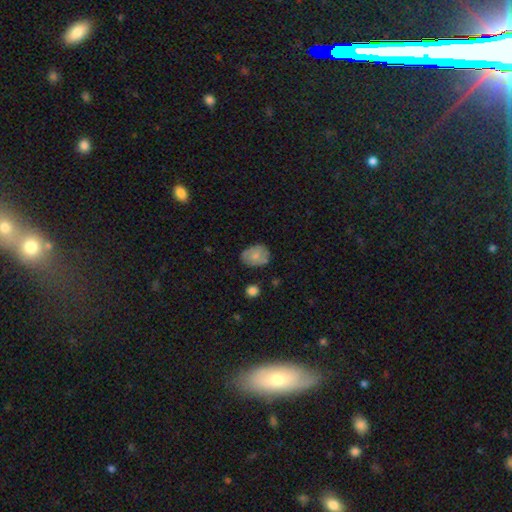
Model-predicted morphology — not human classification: Overall: smooth (66%). How rounded: in between (63%; round 36%). Merging: none (68%).